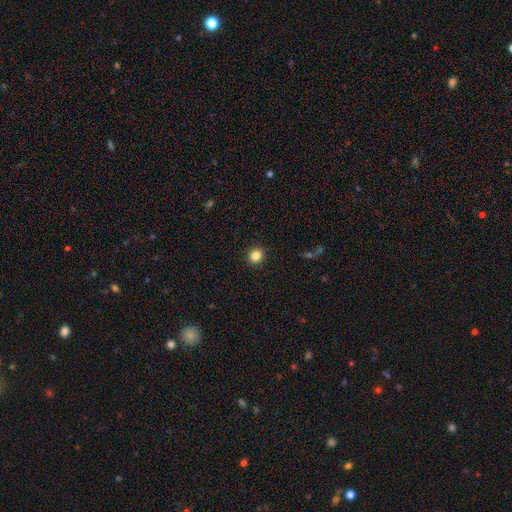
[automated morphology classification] Smooth or featured?
  - smooth: 84% *
  - star or artifact: 11%
  - featured or disk: 5%
How rounded?
  - round: 88% *
  - in between: 11%
  - cigar-shaped: 1%
Merging?
  - none: 92% *
  - minor disturbance: 5%
  - major disturbance: 2%
  - merger: 1%